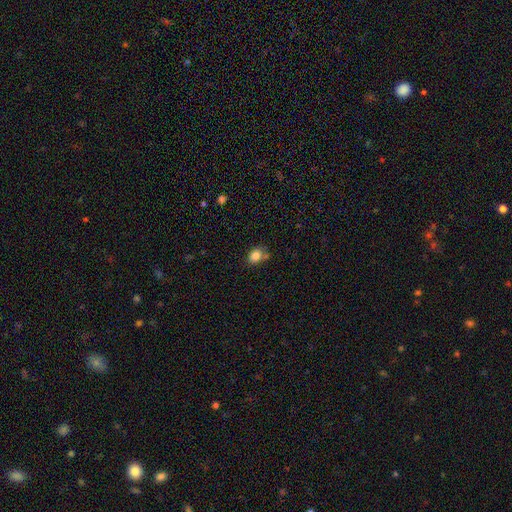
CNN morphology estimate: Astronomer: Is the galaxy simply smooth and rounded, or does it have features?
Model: smooth — 83%.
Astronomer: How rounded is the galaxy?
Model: in between — 63%.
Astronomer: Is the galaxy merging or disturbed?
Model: none — 65%.